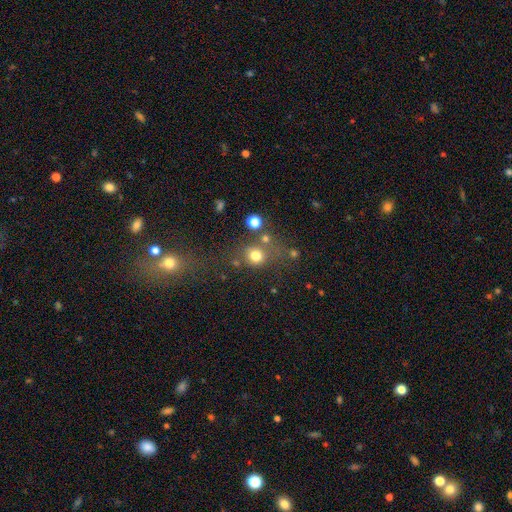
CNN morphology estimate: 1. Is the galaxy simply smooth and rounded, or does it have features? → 75% smooth, 16% star or artifact, 9% featured or disk.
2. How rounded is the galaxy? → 84% round, 15% in between, 1% cigar-shaped.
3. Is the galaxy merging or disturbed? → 62% none, 16% merger, 13% minor disturbance, 9% major disturbance.